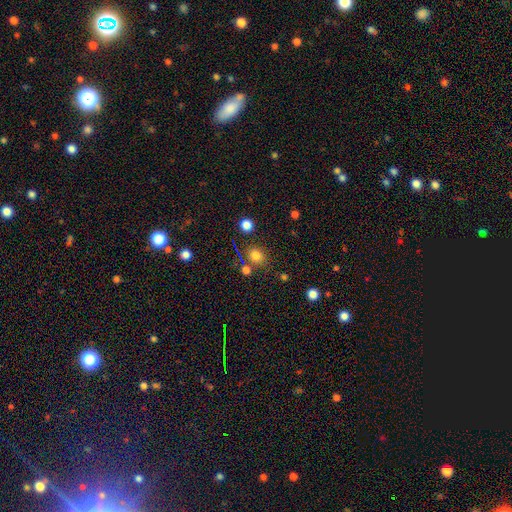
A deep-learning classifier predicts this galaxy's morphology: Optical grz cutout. It shows a smooth galaxy with no disk features (78%) that is round (71%). Merging: none (72%).